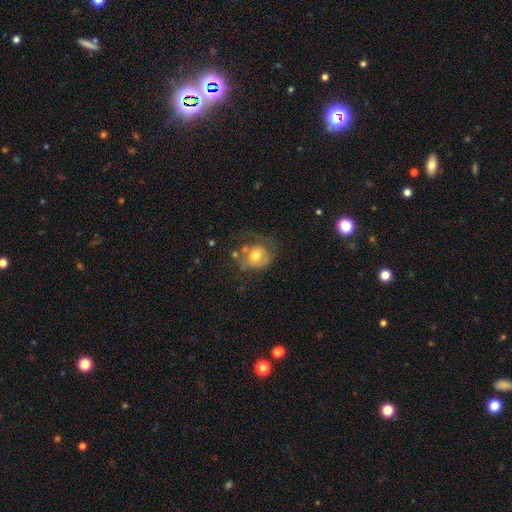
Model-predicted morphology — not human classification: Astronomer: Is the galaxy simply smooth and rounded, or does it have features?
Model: smooth — 59%.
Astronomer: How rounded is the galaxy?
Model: round — 68%.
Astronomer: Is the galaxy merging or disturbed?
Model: none — 41% (runner-up: minor disturbance, 26%).